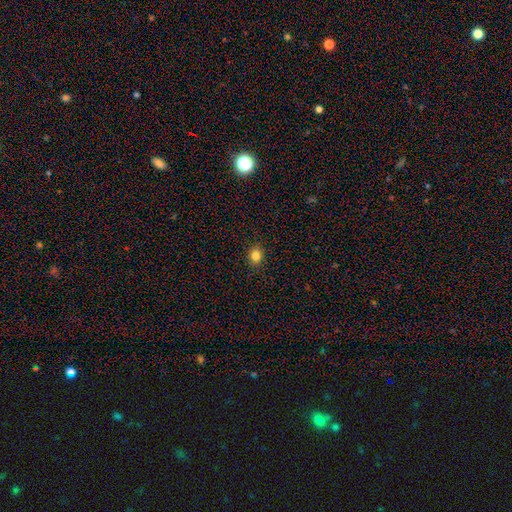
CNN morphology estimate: This appears to be a smooth galaxy with no disk features (83%) that is round (65%). Merging: none (90%).